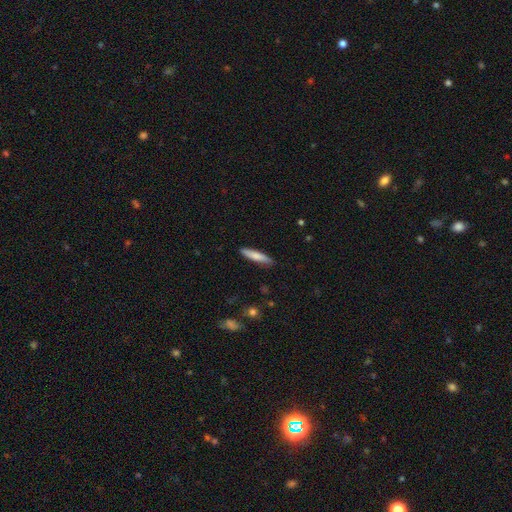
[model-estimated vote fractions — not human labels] Smooth or featured: smooth — 76% (featured or disk — 19%)
How rounded: cigar-shaped — 85% (in between — 13%)
Merging: none — 87% (minor disturbance — 10%)